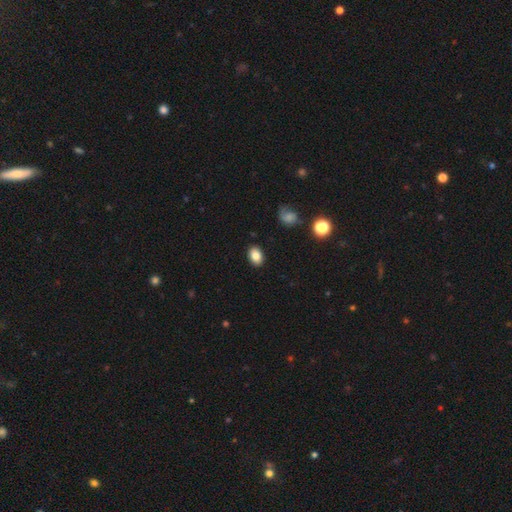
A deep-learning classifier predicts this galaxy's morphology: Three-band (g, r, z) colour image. It shows a smooth galaxy with no disk features (84%) that is in between round and cigar-shaped (78%). Merging: none (89%).